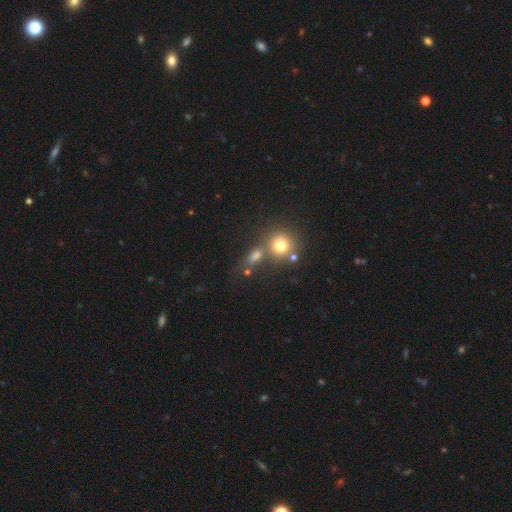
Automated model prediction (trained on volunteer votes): Smooth or featured: smooth — 64% (star or artifact — 23%)
How rounded: round — 70% (in between — 27%)
Merging: none — 50% (merger — 34%)